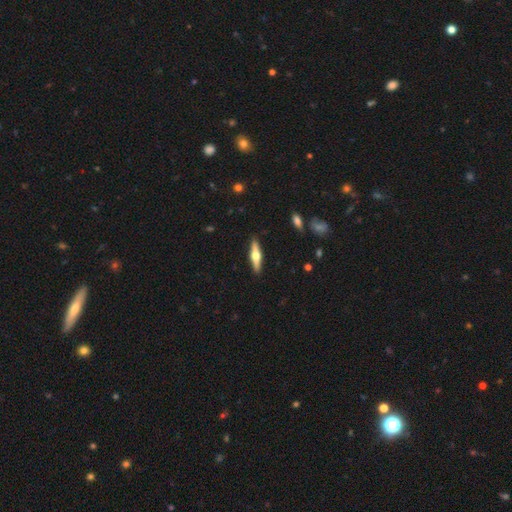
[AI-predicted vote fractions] A featured or disk galaxy (61%) viewed edge-on (95%) with a rounded central bulge (95%).

Vote fractions:
- Smooth or featured? featured or disk: 61% / smooth: 34% / star or artifact: 5%
- Edge-on disk? yes: 95% / no: 5%
- Edge-on bulge? rounded: 95% / boxy: 3% / none: 2%
- Merging? none: 91% / minor disturbance: 7% / major disturbance: 2% / merger: 1%